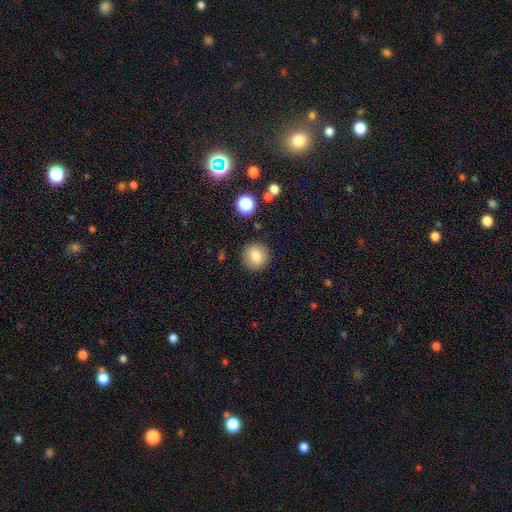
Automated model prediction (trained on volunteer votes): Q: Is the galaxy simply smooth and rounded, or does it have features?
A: smooth — 80%.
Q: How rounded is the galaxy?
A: round — 89%.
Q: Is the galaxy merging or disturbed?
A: none — 89%.